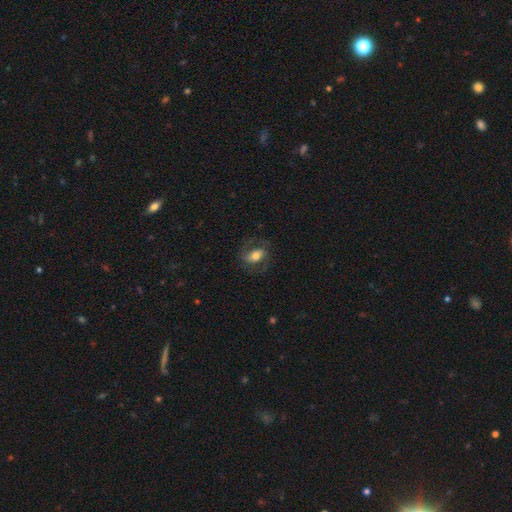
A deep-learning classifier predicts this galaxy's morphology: featured or disk 51%, smooth 41%, star or artifact 8%. Down the decision tree: edge-on disk — no (94%); merging — none (68%).